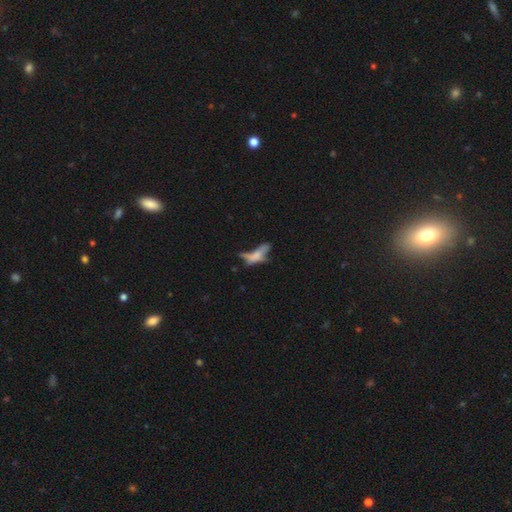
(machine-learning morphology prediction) smooth 48%, featured or disk 38%, star or artifact 14%. Down the decision tree: merging — major disturbance (33%).